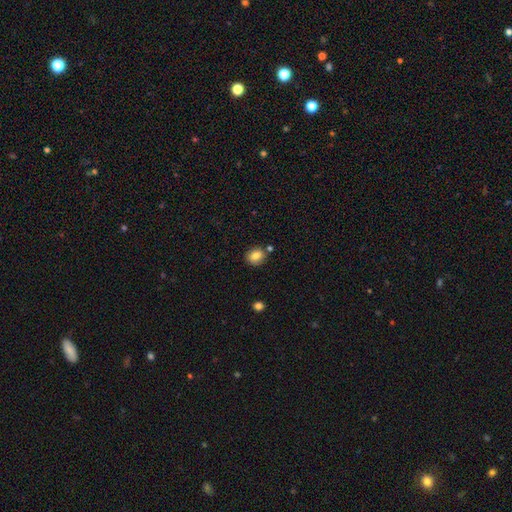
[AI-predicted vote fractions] This appears to be a smooth galaxy with no disk features (82%) that is round (65%). Merging: none (77%).